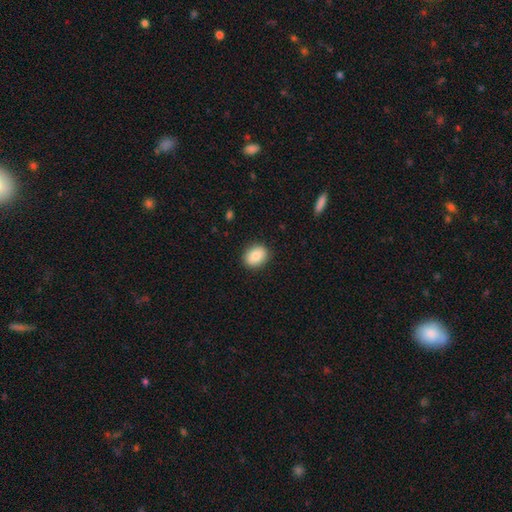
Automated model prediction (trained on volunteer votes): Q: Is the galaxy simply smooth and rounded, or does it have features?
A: smooth — 84%.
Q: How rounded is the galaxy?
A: in between — 52%.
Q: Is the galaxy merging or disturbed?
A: none — 89%.